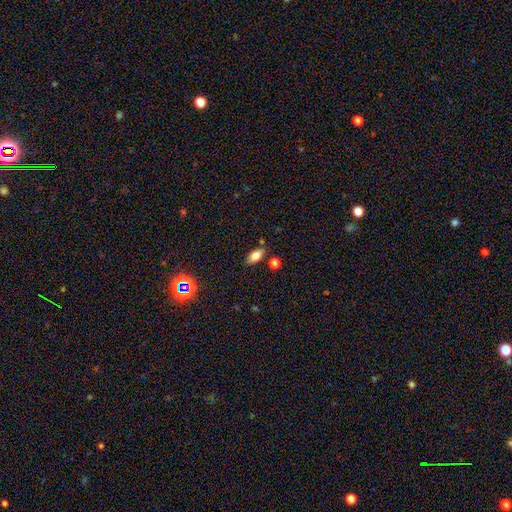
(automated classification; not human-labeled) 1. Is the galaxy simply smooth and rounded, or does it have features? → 77% smooth, 13% featured or disk, 10% star or artifact.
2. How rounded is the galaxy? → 86% in between, 9% cigar-shaped, 4% round.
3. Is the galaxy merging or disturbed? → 80% none, 12% minor disturbance, 5% merger, 3% major disturbance.